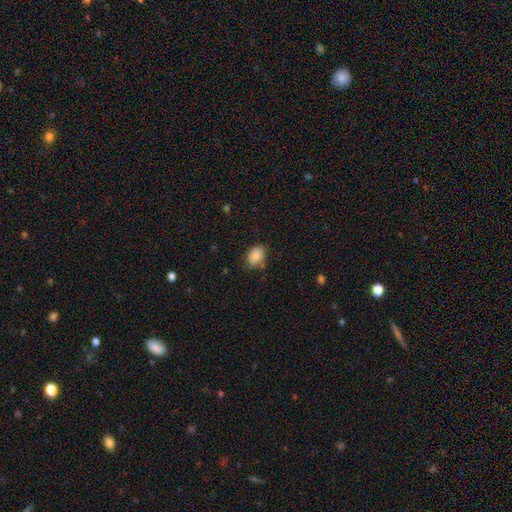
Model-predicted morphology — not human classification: A smooth galaxy with no disk features (85%) that is in between round and cigar-shaped (74%).

Vote fractions:
- Smooth or featured? smooth: 85% / star or artifact: 8% / featured or disk: 7%
- How rounded? in between: 74% / round: 25% / cigar-shaped: 1%
- Merging? none: 69% / minor disturbance: 23% / major disturbance: 5% / merger: 3%